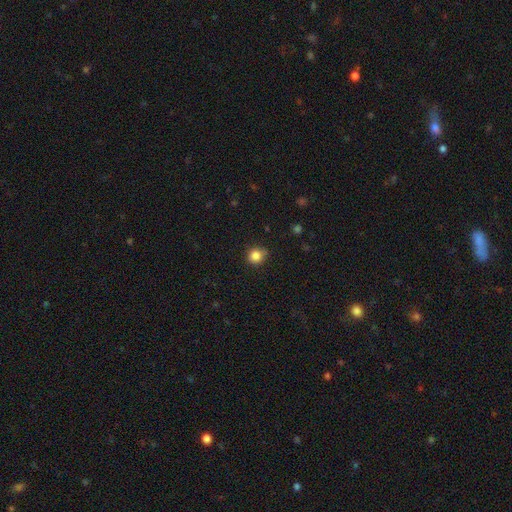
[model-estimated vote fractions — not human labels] Smooth or featured: smooth — 84% (star or artifact — 11%)
How rounded: round — 90% (in between — 9%)
Merging: none — 79% (minor disturbance — 16%)